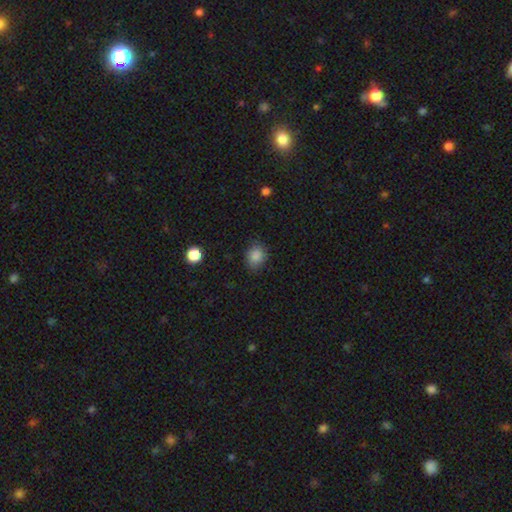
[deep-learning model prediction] smooth_or_featured: smooth (p=0.85) [alt: star or artifact p=0.10]
how_rounded: round (p=0.56) [alt: in between p=0.43]
merging: none (p=0.76) [alt: minor disturbance p=0.18]